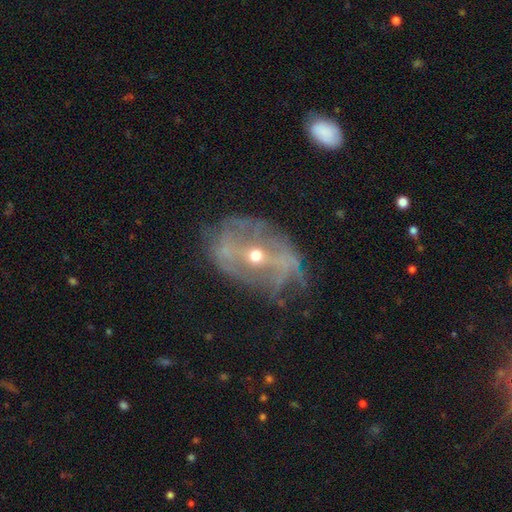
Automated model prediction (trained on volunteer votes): smooth_or_featured: featured or disk (p=0.79) [alt: smooth p=0.11]
disk_edge_on: no (p=0.93) [alt: yes p=0.07]
bar: strong (p=0.40) [alt: weak p=0.33]
has_spiral_arms: yes (p=0.63) [alt: no p=0.37]
bulge_size: small (p=0.49) [alt: moderate p=0.47]
merging: none (p=0.54) [alt: minor disturbance p=0.27]